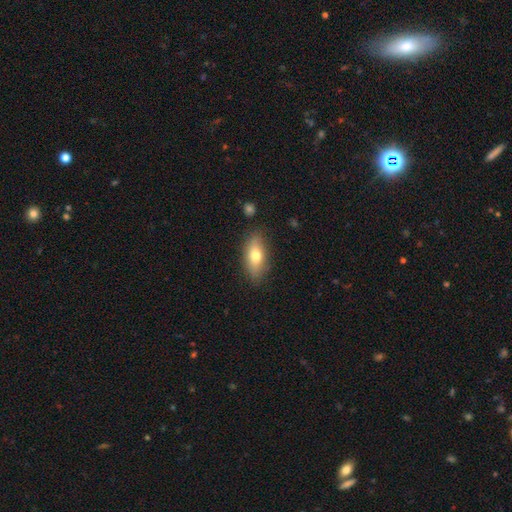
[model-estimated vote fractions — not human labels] Morphology: type=smooth (69%); roundness=in between (80%); merging=none (81%).